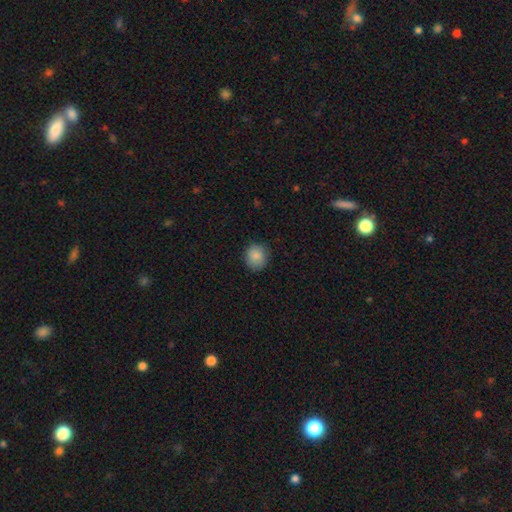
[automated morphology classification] The model was most divided on "how rounded": round: 84%, in between: 15%, cigar-shaped: 1%. More confident: smooth or featured — smooth (86%); merging — none (85%).